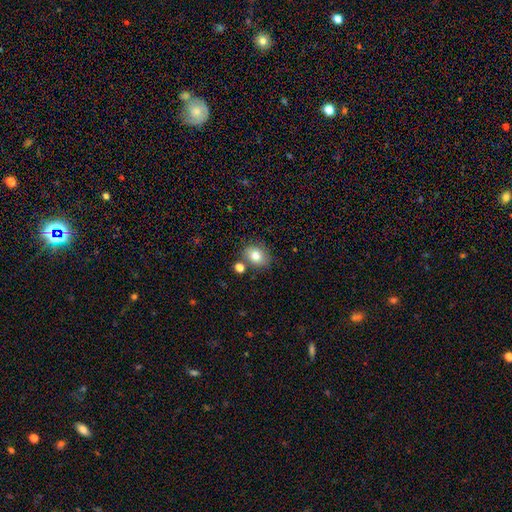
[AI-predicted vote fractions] smooth-or-featured: smooth: 79% | featured or disk: 11% | star or artifact: 10%
  how-rounded: in between: 54% | round: 46% | cigar-shaped: 1%
  merging: none: 76% | minor disturbance: 12% | merger: 9% | major disturbance: 3%